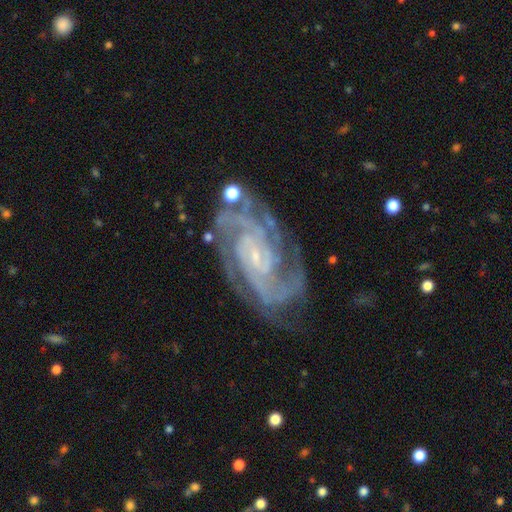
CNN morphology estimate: This is clearly a featured or disk galaxy (92%). It is clearly not viewed edge-on (97%). Bar: possibly no (55%). Spiral arm pattern: clearly yes (99%). Spiral arm count: marginally 2 (28%). Spiral winding: likely tight (65%). Central bulge: clearly small (83%). Merging: likely none (72%).